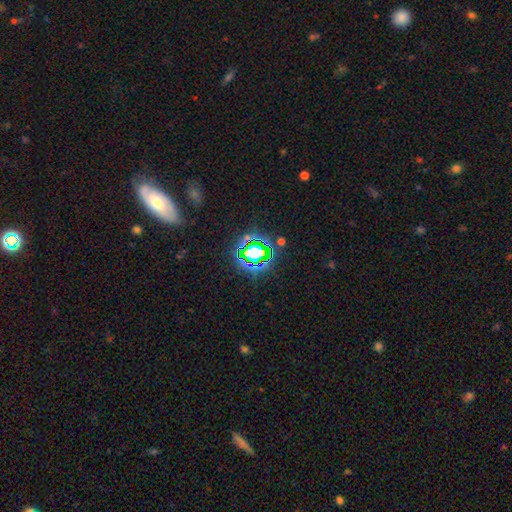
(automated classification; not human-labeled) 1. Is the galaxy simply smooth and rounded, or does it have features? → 67% star or artifact, 20% smooth, 13% featured or disk.